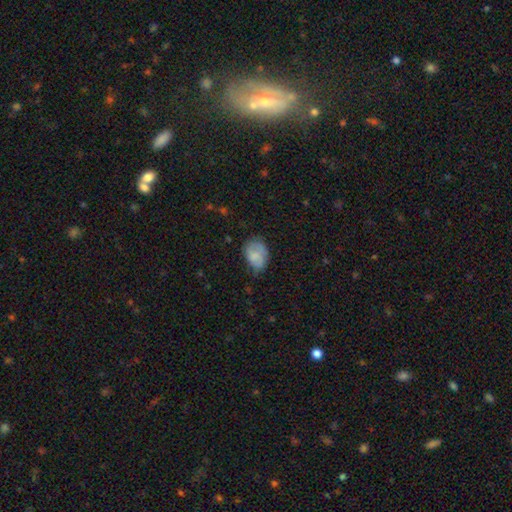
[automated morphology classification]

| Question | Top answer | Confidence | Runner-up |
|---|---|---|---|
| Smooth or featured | smooth | 72% | featured or disk (20%) |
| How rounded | in between | 77% | round (22%) |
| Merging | none | 51% | minor disturbance (34%) |